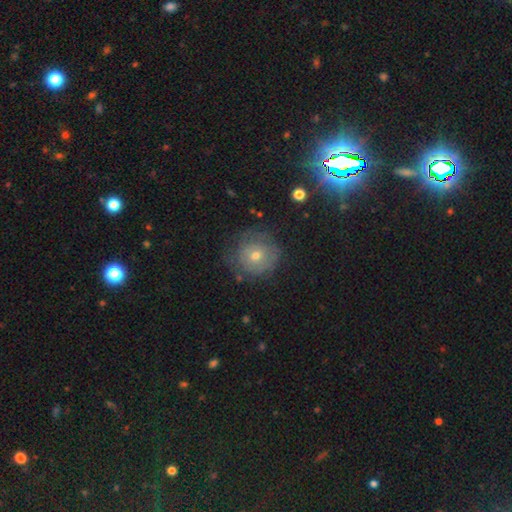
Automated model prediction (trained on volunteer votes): Smooth or featured? Predicted: featured or disk (p=0.43). Merging? Predicted: none (p=0.71).